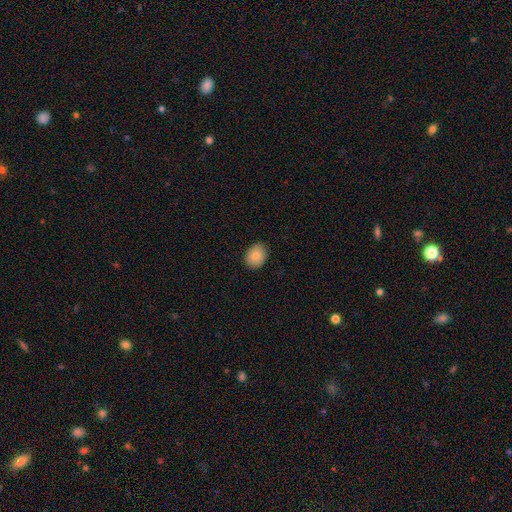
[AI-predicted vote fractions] Morphology: type=smooth (86%); roundness=in between (54%); merging=none (88%).